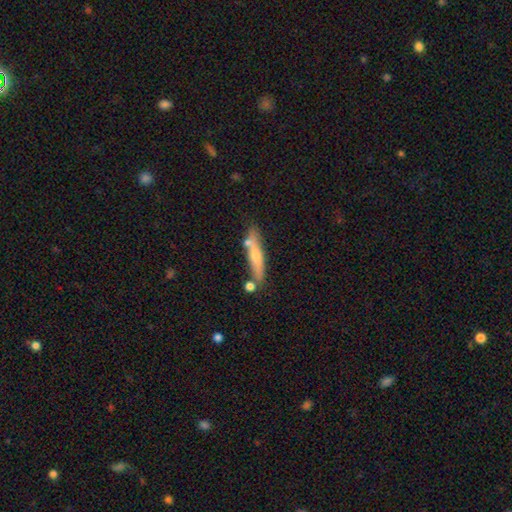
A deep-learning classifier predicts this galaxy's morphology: The model was most divided on "smooth or featured": smooth: 52%, featured or disk: 42%, star or artifact: 6%. More confident: how rounded — cigar-shaped (84%); merging — none (69%).